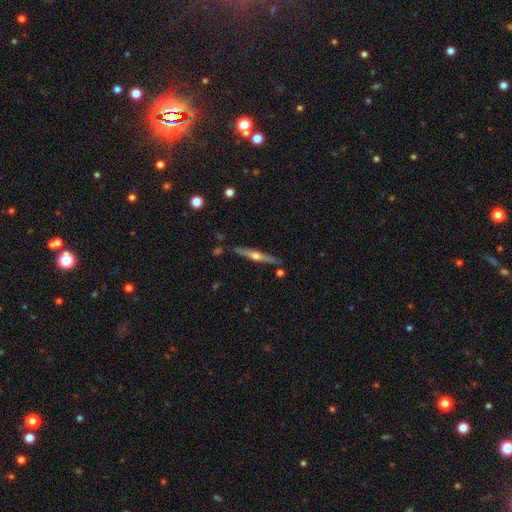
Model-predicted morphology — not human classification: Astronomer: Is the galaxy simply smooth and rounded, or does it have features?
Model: featured or disk — 72%.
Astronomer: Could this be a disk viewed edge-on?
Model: yes — 97%.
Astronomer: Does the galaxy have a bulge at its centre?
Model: rounded — 91%.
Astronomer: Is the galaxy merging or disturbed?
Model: none — 87%.